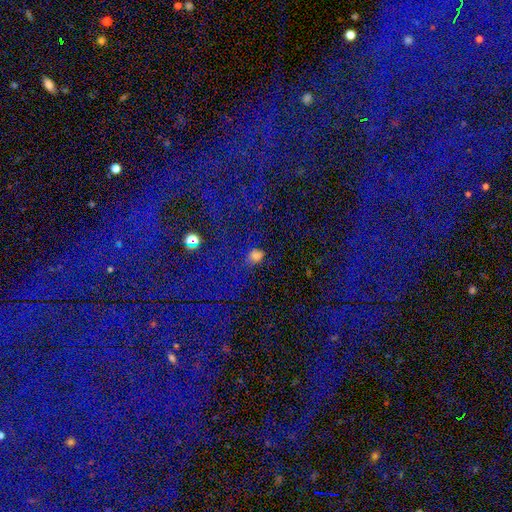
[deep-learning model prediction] Smooth or featured?
  - smooth: 58% *
  - star or artifact: 33%
  - featured or disk: 9%
How rounded?
  - round: 50% *
  - in between: 47%
  - cigar-shaped: 3%
Merging?
  - none: 61% *
  - minor disturbance: 18%
  - major disturbance: 14%
  - merger: 7%